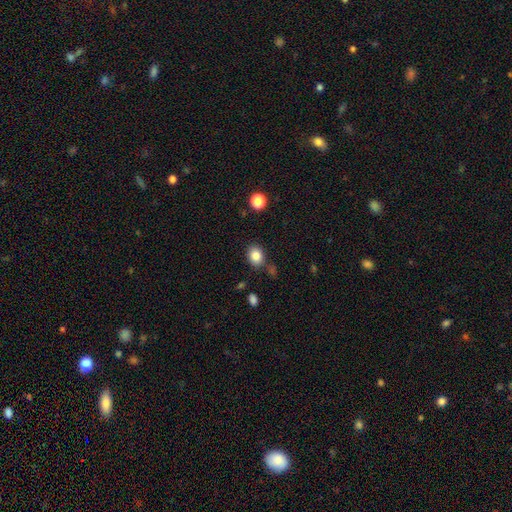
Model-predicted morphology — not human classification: Smooth or featured? smooth (85%)
How rounded? round (50%)
Merging? none (79%)